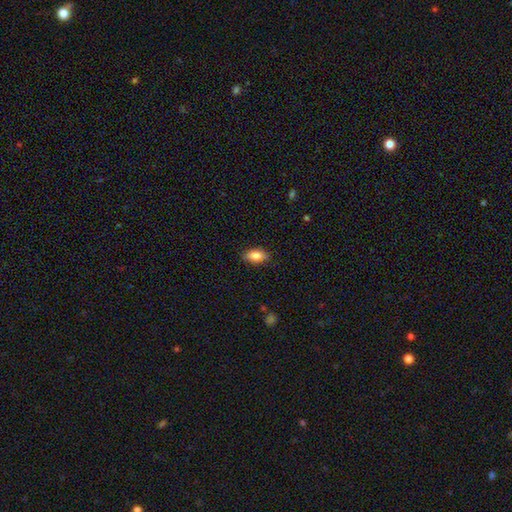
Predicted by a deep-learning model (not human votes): smooth 83%, featured or disk 10%, star or artifact 7%. Down the decision tree: how rounded — in between (87%); merging — none (86%).